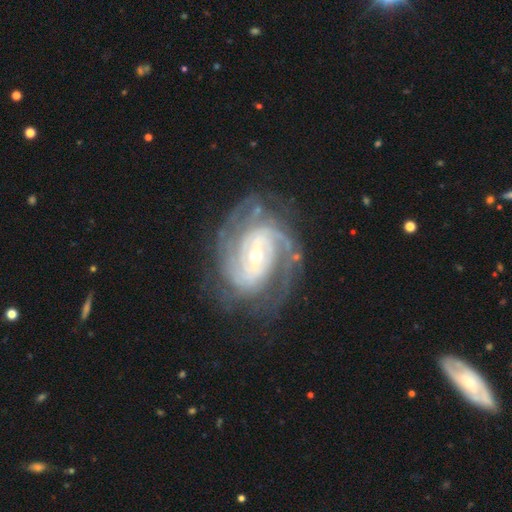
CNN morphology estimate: This is clearly a featured or disk galaxy (91%). It is clearly not viewed edge-on (97%). Bar: marginally weak (43%). Spiral arm pattern: clearly yes (98%). Spiral arm count: marginally 2 (35%). Spiral winding: likely tight (62%). Central bulge: possibly small (54%). Merging: likely none (72%).